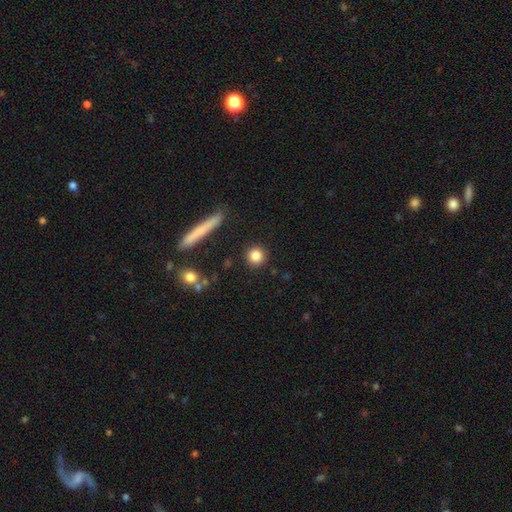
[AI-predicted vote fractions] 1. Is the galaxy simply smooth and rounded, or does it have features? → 84% smooth, 9% star or artifact, 7% featured or disk.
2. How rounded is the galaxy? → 92% round, 6% in between, 2% cigar-shaped.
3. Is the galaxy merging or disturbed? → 91% none, 5% minor disturbance, 2% major disturbance, 2% merger.